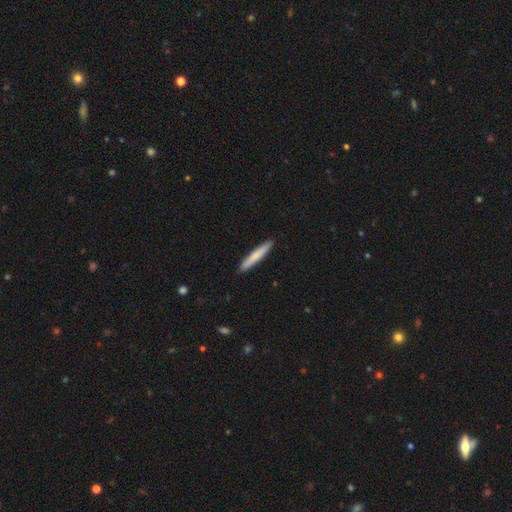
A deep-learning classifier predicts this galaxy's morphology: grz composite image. It shows a smooth galaxy with no disk features (74%) that is cigar-shaped (95%). Merging: none (92%).